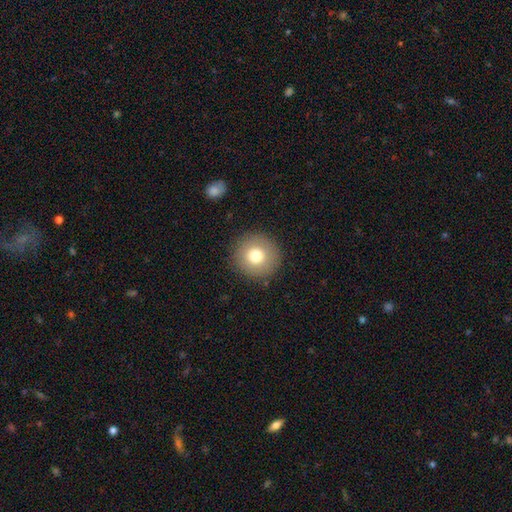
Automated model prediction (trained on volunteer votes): Smooth or featured? smooth (75%)
How rounded? round (95%)
Merging? none (90%)